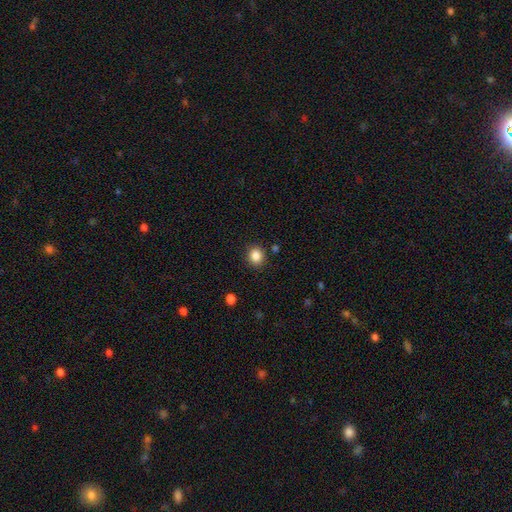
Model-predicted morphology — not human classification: Smooth or featured? smooth (86%)
How rounded? round (77%)
Merging? none (88%)